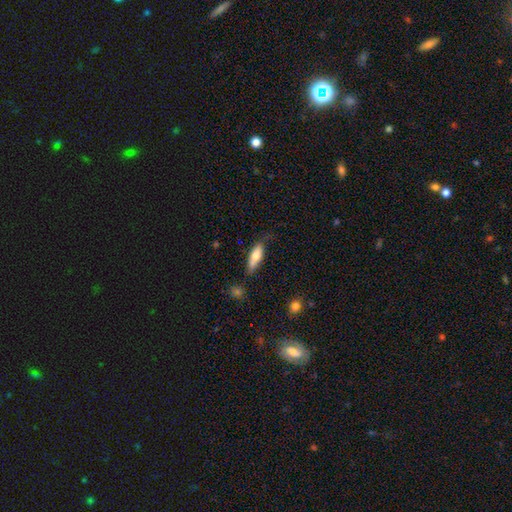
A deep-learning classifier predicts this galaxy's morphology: smooth_or_featured: smooth (p=0.72) [alt: featured or disk p=0.22]
how_rounded: in between (p=0.57) [alt: cigar-shaped p=0.41]
merging: none (p=0.68) [alt: minor disturbance p=0.24]